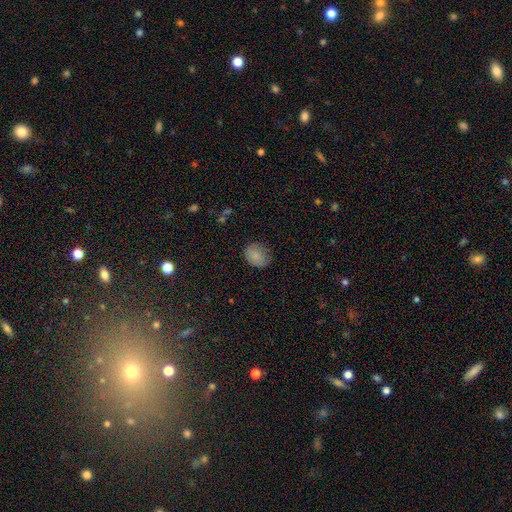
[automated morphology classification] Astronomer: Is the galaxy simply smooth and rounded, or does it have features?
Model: smooth — 84%.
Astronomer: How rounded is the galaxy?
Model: in between — 51% (runner-up: round, 48%).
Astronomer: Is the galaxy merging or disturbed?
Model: none — 74%.